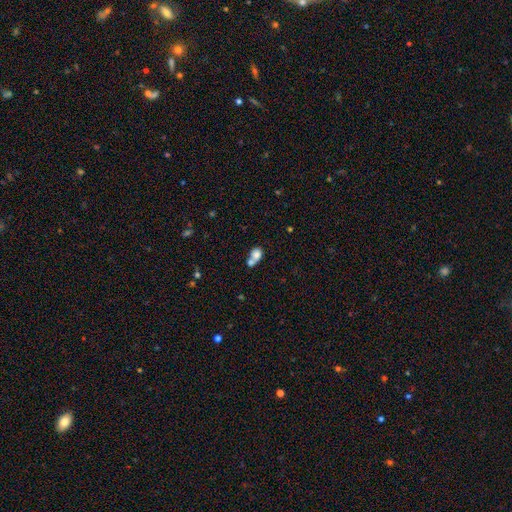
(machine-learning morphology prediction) Overall: smooth (74%). How rounded: in between (53%; round 45%). Merging: merger (65%).